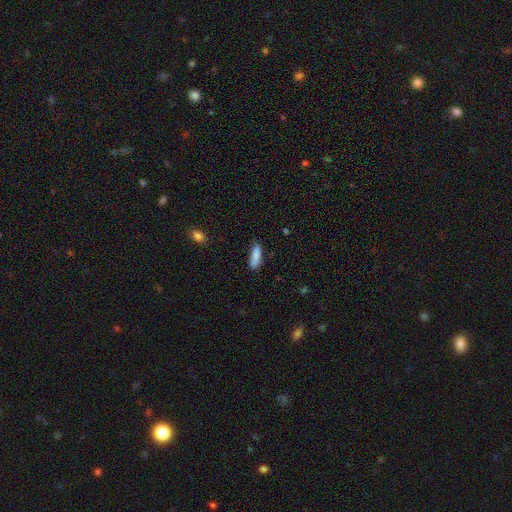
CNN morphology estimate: Q: Smooth or featured?
A: smooth (85%); runner-up: featured or disk (8%)
Q: How rounded?
A: cigar-shaped (57%); runner-up: in between (41%)
Q: Merging?
A: none (72%); runner-up: minor disturbance (20%)